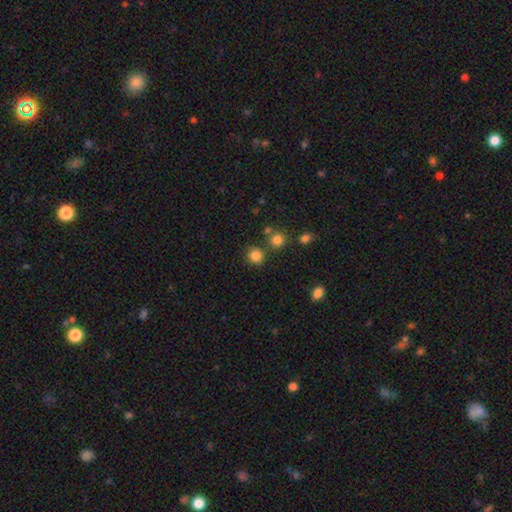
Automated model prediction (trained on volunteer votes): Q: Smooth or featured?
A: smooth (82%); runner-up: star or artifact (13%)
Q: How rounded?
A: round (90%); runner-up: in between (9%)
Q: Merging?
A: none (79%); runner-up: merger (10%)